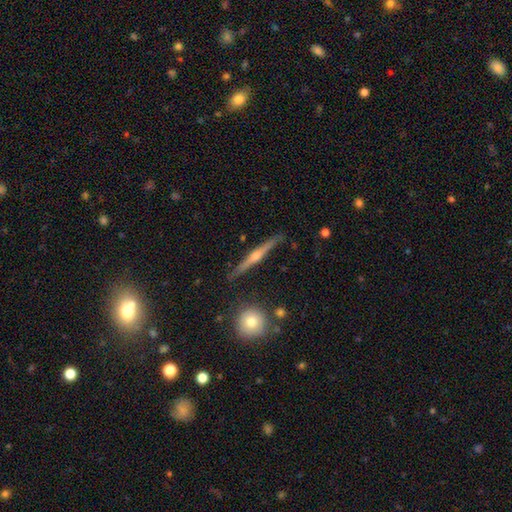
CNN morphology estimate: A featured or disk galaxy (80%) viewed edge-on (98%) with a rounded central bulge (89%).

Vote fractions:
- Smooth or featured? featured or disk: 80% / smooth: 15% / star or artifact: 5%
- Edge-on disk? yes: 98% / no: 2%
- Edge-on bulge? rounded: 89% / none: 6% / boxy: 5%
- Merging? none: 88% / minor disturbance: 8% / merger: 2% / major disturbance: 2%